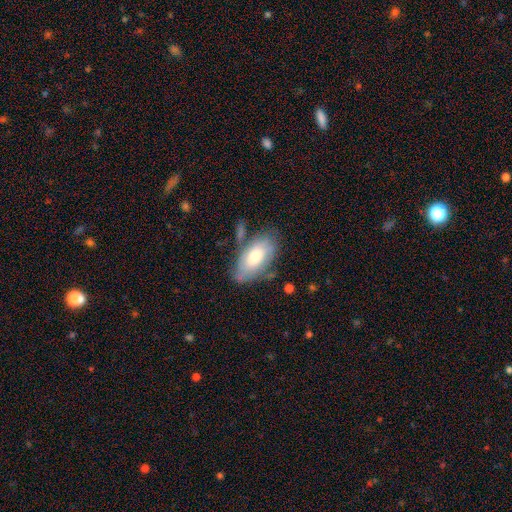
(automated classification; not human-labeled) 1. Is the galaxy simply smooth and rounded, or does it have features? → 65% smooth, 28% featured or disk, 6% star or artifact.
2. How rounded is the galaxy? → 93% in between, 4% cigar-shaped, 3% round.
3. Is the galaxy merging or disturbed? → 66% none, 21% minor disturbance, 7% merger, 6% major disturbance.